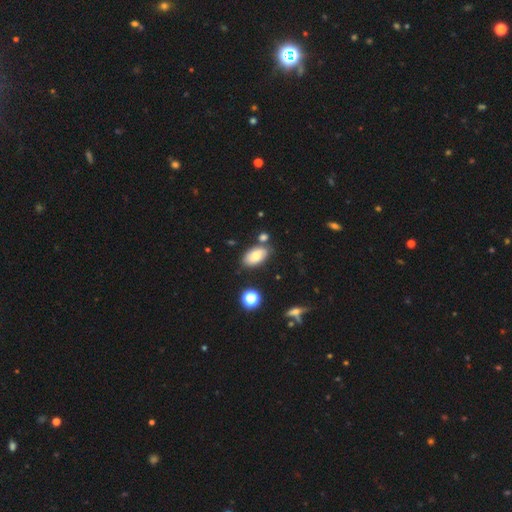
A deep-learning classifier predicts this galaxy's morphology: Smooth or featured: smooth — 73% (featured or disk — 17%)
How rounded: in between — 93% (round — 5%)
Merging: none — 73% (minor disturbance — 14%)